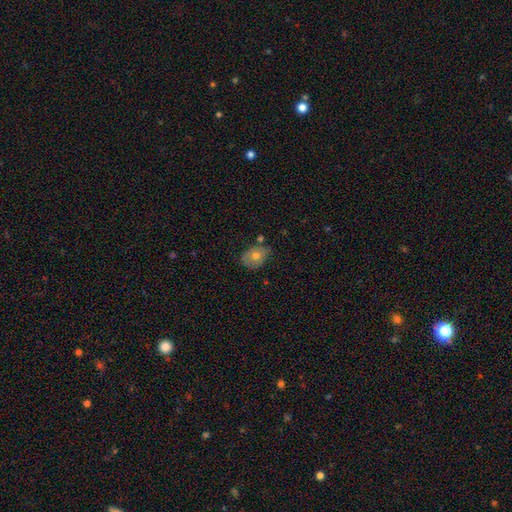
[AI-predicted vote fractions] A smooth galaxy with no disk features (62%) that is in between round and cigar-shaped (65%). Merging: none (61%).